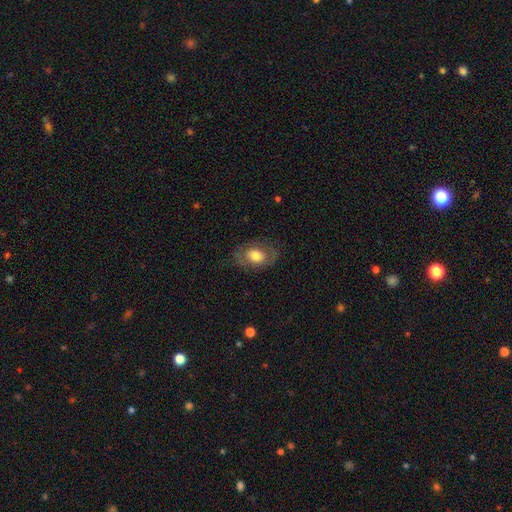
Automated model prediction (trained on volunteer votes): This appears to be a smooth galaxy with no disk features (62%) that is in between round and cigar-shaped (79%). Merging: none (71%).